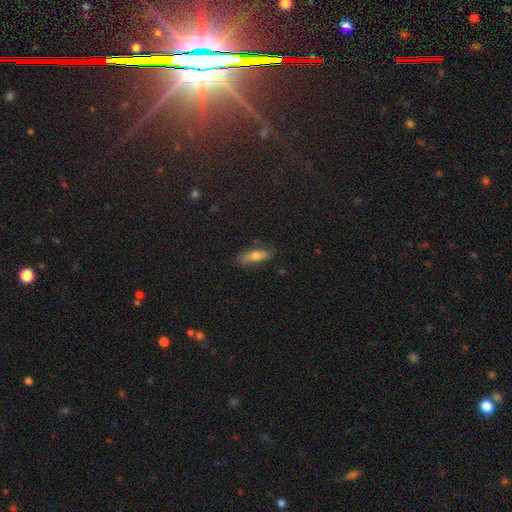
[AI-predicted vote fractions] Morphology: type=smooth (52%); roundness=cigar-shaped (49%); merging=none (74%).